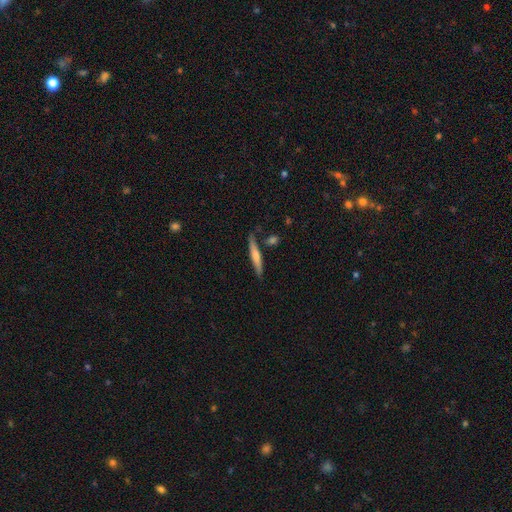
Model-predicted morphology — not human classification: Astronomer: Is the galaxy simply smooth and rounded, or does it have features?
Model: smooth — 50% (runner-up: featured or disk, 44%).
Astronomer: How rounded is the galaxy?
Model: cigar-shaped — 91%.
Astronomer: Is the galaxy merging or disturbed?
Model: none — 78%.